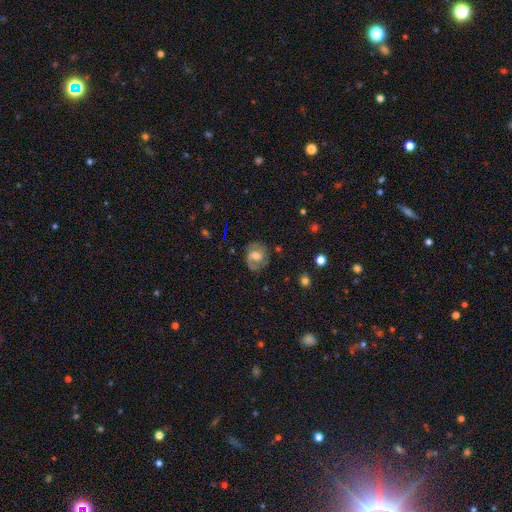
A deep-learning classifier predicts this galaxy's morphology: Smooth or featured? featured or disk (61%)
Edge-on disk? no (97%)
Bar? weak (47%)
Spiral arms? yes (82%)
Bulge size? moderate (64%)
Merging? none (73%)